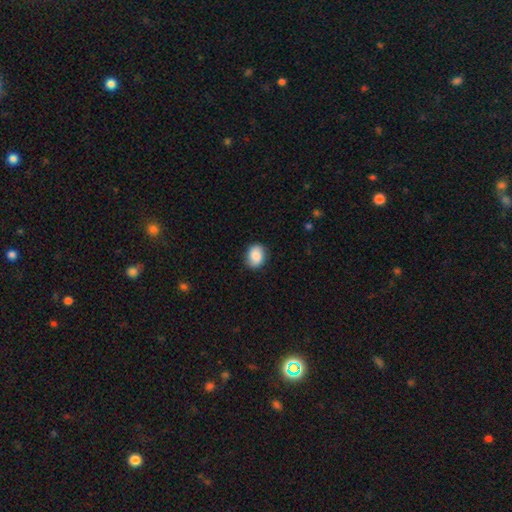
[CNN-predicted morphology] Smooth or featured? Predicted: smooth (p=0.80). How rounded? Predicted: in between (p=0.51). Merging? Predicted: none (p=0.84).